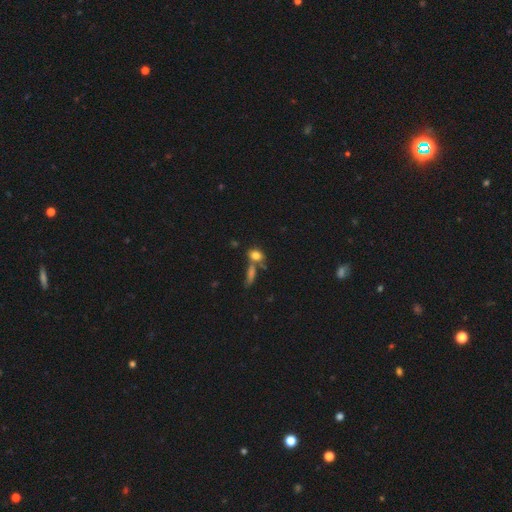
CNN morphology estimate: Smooth or featured: smooth — 79% (star or artifact — 11%)
How rounded: in between — 69% (round — 26%)
Merging: none — 47% (merger — 36%)